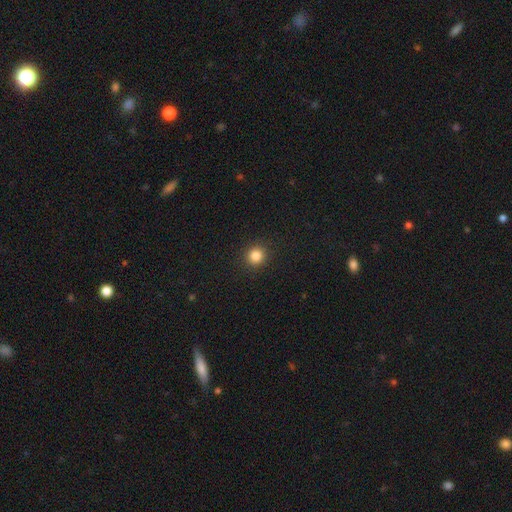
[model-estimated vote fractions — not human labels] This appears to be a smooth galaxy with no disk features (85%) that is round (90%). Merging: none (91%).